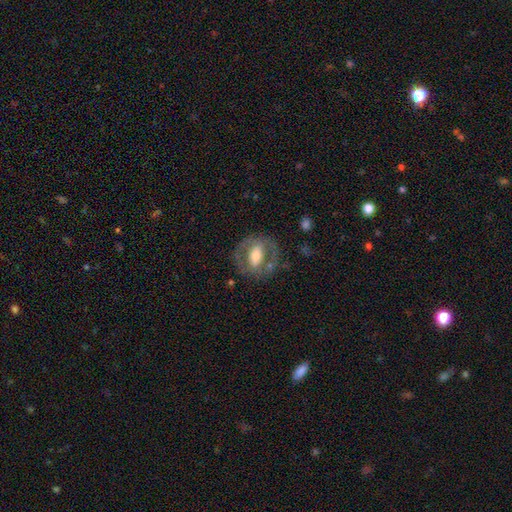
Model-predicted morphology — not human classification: Smooth or featured?
  - featured or disk: 57% *
  - smooth: 37%
  - star or artifact: 6%
Edge-on disk?
  - no: 92% *
  - yes: 8%
Bar?
  - strong: 36% *
  - no: 35%
  - weak: 29%
Spiral arms?
  - no: 72% *
  - yes: 28%
Bulge size?
  - moderate: 58% *
  - large: 20%
  - small: 18%
  - dominant: 2%
  - none: 2%
Merging?
  - none: 67% *
  - minor disturbance: 17%
  - major disturbance: 13%
  - merger: 4%